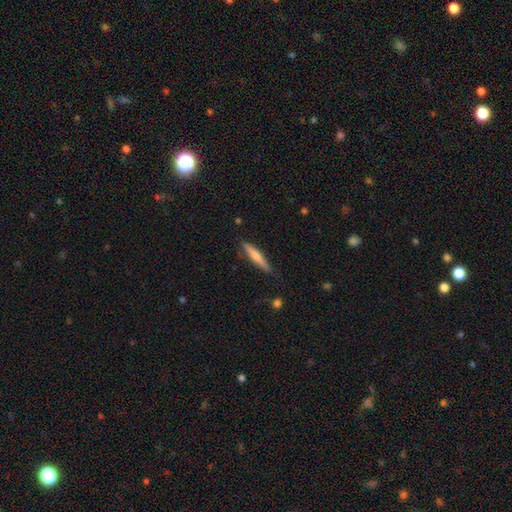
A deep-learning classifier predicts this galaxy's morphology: This appears to be a smooth galaxy with no disk features (59%) that is cigar-shaped (92%). Merging: none (84%).